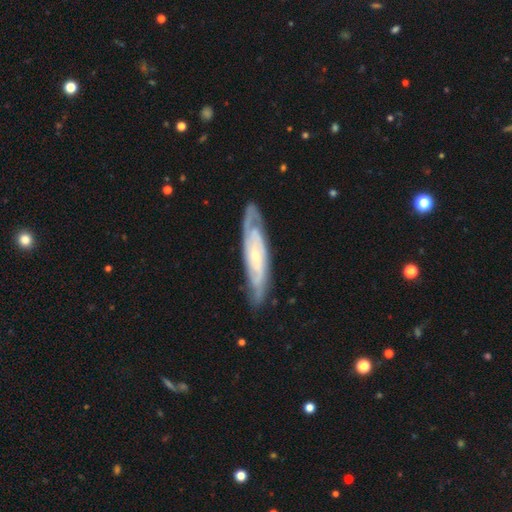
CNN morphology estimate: The model was most divided on "spiral arm count": 2: 49%, can't tell: 29%, 3: 12%, 4: 4%, 1: 3%, more than 4: 3%. More confident: spiral arms — yes (94%); smooth or featured — featured or disk (82%); merging — none (79%); edge-on disk — no (75%); bulge size — small (69%); spiral winding — tight (60%); bar — no (55%).